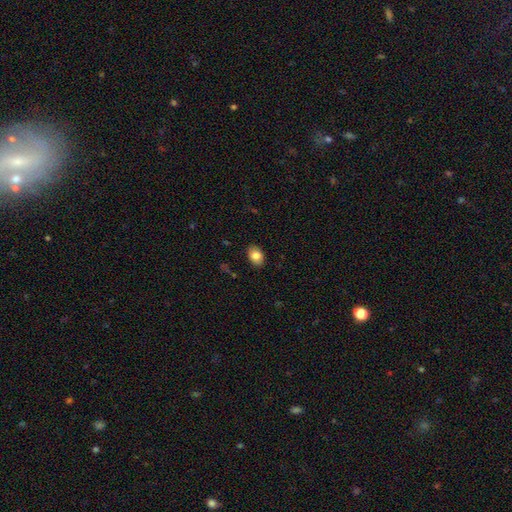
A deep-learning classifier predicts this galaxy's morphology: Smooth or featured: smooth — 84% (star or artifact — 8%)
How rounded: in between — 78% (round — 21%)
Merging: none — 86% (minor disturbance — 11%)